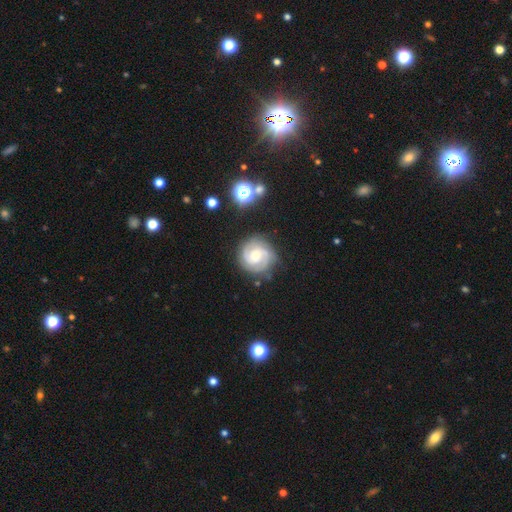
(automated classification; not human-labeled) Q: Smooth or featured?
A: featured or disk (81%); runner-up: smooth (13%)
Q: Edge-on disk?
A: no (98%); runner-up: yes (2%)
Q: Bar?
A: no (50%); runner-up: weak (41%)
Q: Spiral arms?
A: yes (97%); runner-up: no (3%)
Q: Spiral winding?
A: tight (61%); runner-up: medium (33%)
Q: Spiral arm count?
A: 2 (50%); runner-up: 3 (25%)
Q: Bulge size?
A: moderate (57%); runner-up: small (35%)
Q: Merging?
A: none (79%); runner-up: minor disturbance (14%)